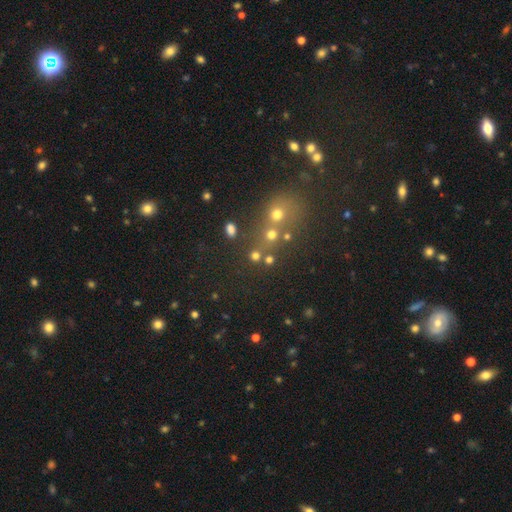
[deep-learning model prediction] Morphology: type=smooth (68%); roundness=round (84%); merging=none (65%).